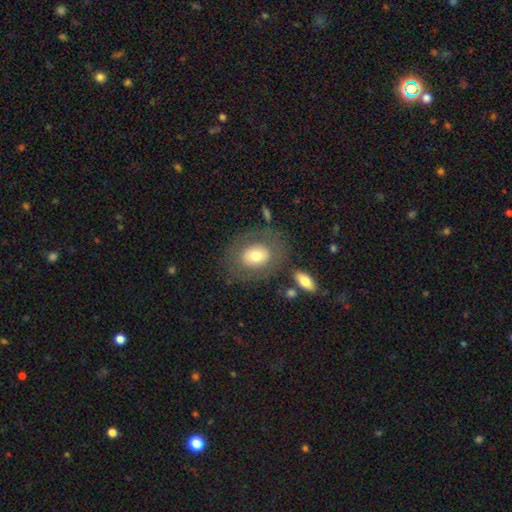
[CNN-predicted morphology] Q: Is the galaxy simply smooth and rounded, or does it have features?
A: smooth — 64%.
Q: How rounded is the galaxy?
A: in between — 54%.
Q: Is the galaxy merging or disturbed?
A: none — 75%.